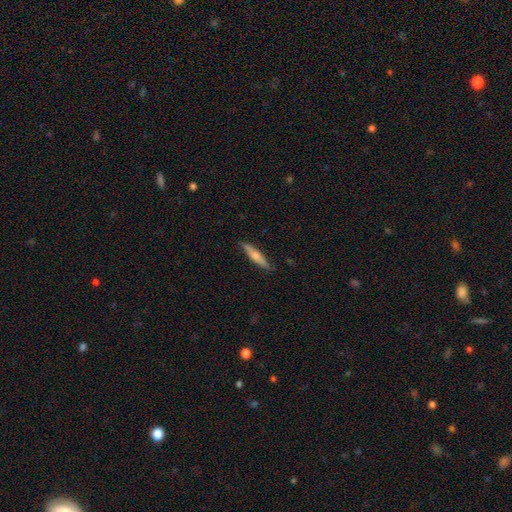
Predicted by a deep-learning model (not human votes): This is likely a smooth galaxy (60%). How rounded: clearly cigar-shaped (86%). Merging: clearly none (85%).